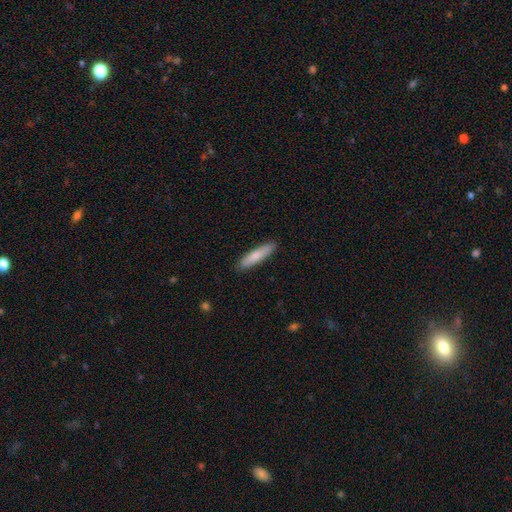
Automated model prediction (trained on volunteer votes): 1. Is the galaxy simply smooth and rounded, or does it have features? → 75% smooth, 20% featured or disk, 5% star or artifact.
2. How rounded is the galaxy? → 81% cigar-shaped, 18% in between, 1% round.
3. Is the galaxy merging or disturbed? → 89% none, 8% minor disturbance, 2% major disturbance, 1% merger.